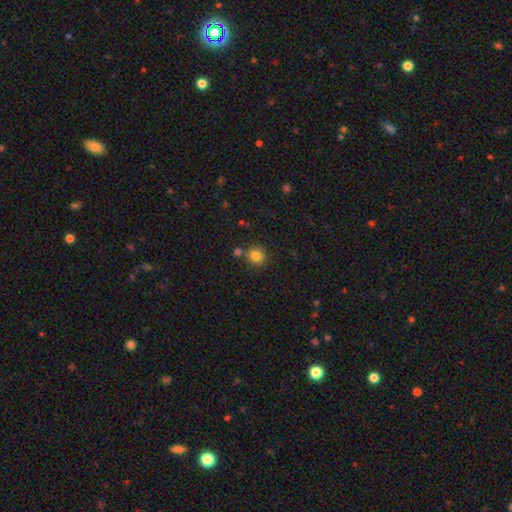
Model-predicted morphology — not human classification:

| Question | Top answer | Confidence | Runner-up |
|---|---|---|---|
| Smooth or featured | smooth | 82% | star or artifact (12%) |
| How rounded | round | 91% | in between (8%) |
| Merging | none | 77% | merger (11%) |